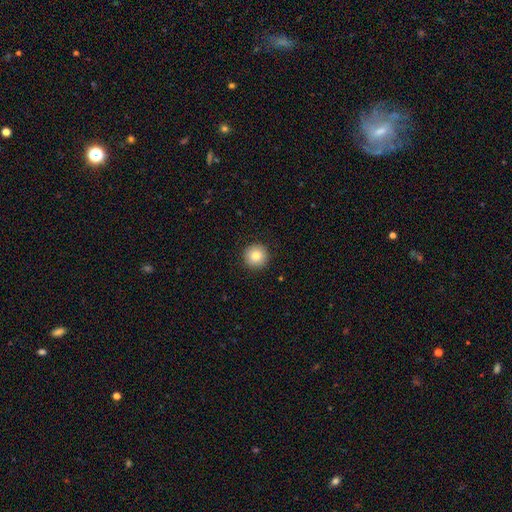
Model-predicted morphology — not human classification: smooth 83%, star or artifact 9%, featured or disk 8%. Down the decision tree: how rounded — round (95%); merging — none (92%).